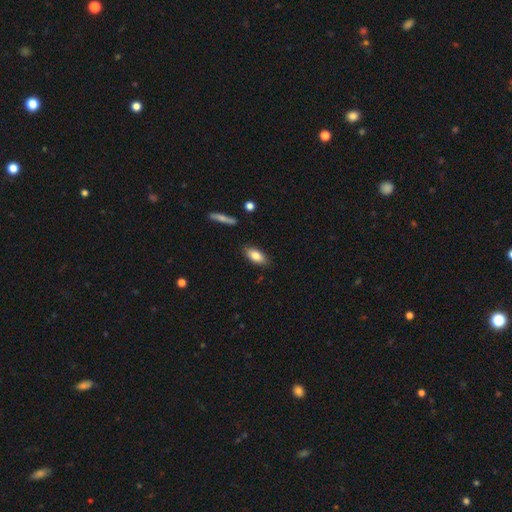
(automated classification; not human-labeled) Q: Smooth or featured?
A: smooth (81%); runner-up: featured or disk (11%)
Q: How rounded?
A: in between (87%); runner-up: cigar-shaped (9%)
Q: Merging?
A: none (85%); runner-up: minor disturbance (11%)